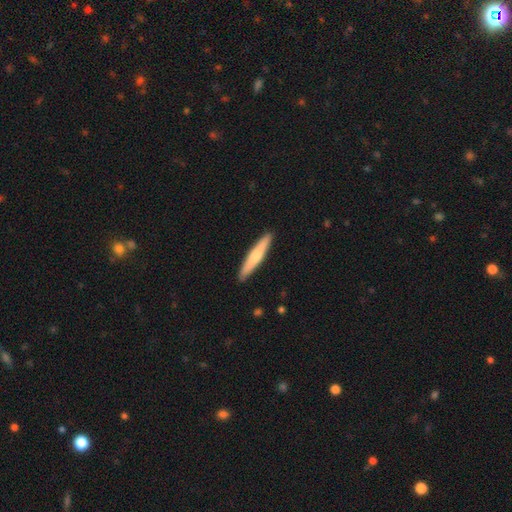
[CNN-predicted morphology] This appears to be a smooth galaxy with no disk features (61%) that is cigar-shaped (92%). Merging: none (91%).